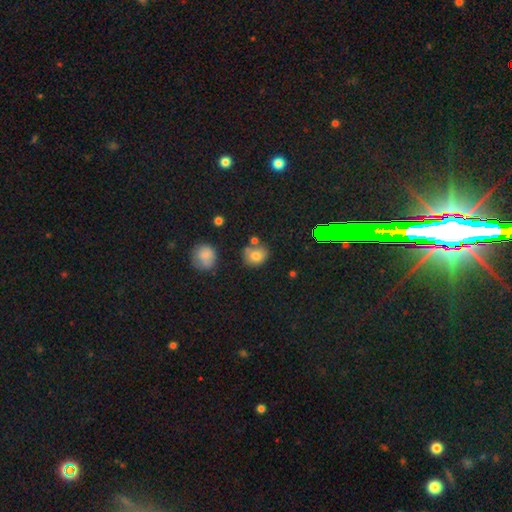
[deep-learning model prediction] smooth-or-featured: smooth: 75% | star or artifact: 14% | featured or disk: 11%
  how-rounded: round: 69% | in between: 29% | cigar-shaped: 1%
  merging: none: 62% | minor disturbance: 19% | merger: 13% | major disturbance: 5%